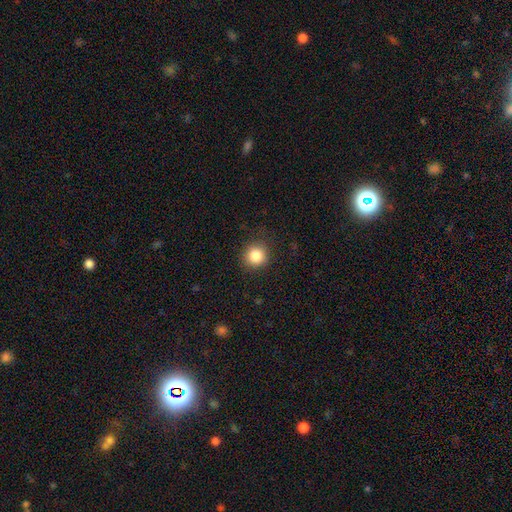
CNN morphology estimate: Smooth or featured: smooth — 85% (star or artifact — 10%)
How rounded: round — 92% (in between — 7%)
Merging: none — 88% (minor disturbance — 8%)